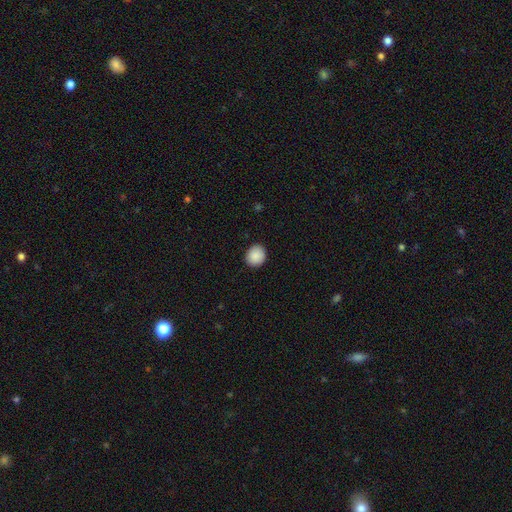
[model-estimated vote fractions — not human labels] smooth_or_featured: smooth (p=0.89) [alt: star or artifact p=0.08]
how_rounded: round (p=0.83) [alt: in between p=0.17]
merging: none (p=0.90) [alt: minor disturbance p=0.07]